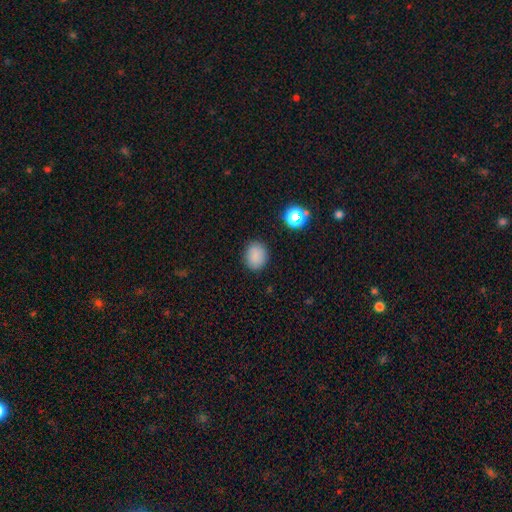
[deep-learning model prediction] Overall: smooth (84%). How rounded: round (55%; in between 44%). Merging: none (87%).